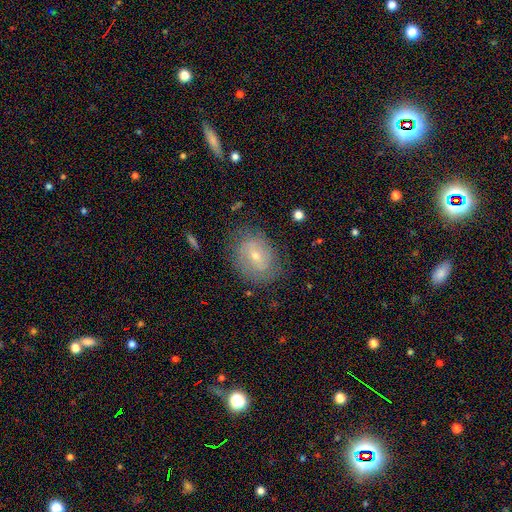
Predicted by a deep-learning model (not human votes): A featured or disk galaxy (56%) with no bar (49%), spiral arms (65%) and a small central bulge (64%).

Vote fractions:
- Smooth or featured? featured or disk: 56% / smooth: 35% / star or artifact: 9%
- Edge-on disk? no: 95% / yes: 5%
- Bar? no: 49% / weak: 40% / strong: 11%
- Spiral arms? yes: 65% / no: 35%
- Bulge size? small: 64% / moderate: 33% / large: 1% / none: 1% / dominant: 1%
- Merging? none: 75% / minor disturbance: 17% / major disturbance: 7% / merger: 1%